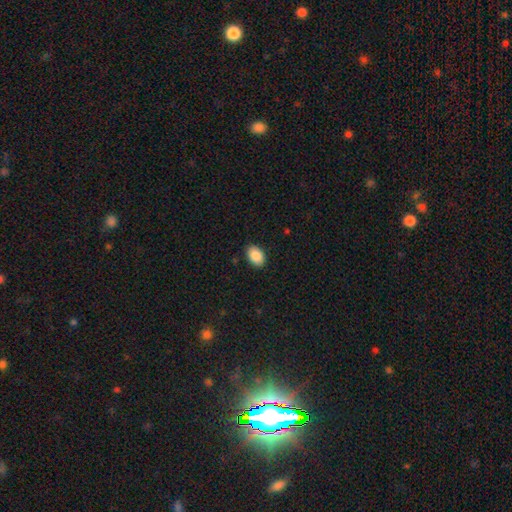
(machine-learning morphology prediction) Smooth or featured?
  - smooth: 89% *
  - star or artifact: 7%
  - featured or disk: 4%
How rounded?
  - in between: 88% *
  - round: 11%
  - cigar-shaped: 1%
Merging?
  - none: 88% *
  - minor disturbance: 9%
  - major disturbance: 2%
  - merger: 1%